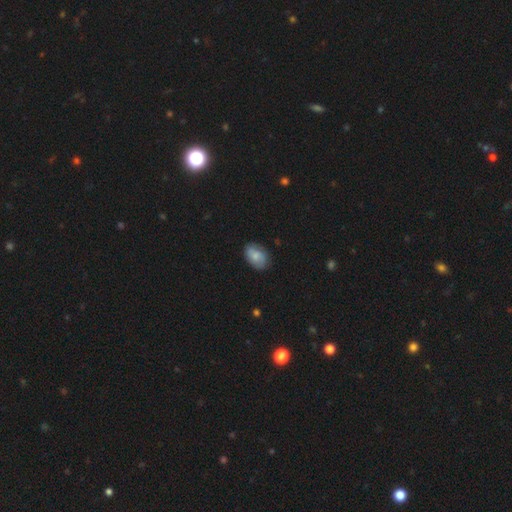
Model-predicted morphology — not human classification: Q: Smooth or featured?
A: smooth (67%); runner-up: featured or disk (26%)
Q: How rounded?
A: in between (84%); runner-up: round (15%)
Q: Merging?
A: none (79%); runner-up: minor disturbance (17%)